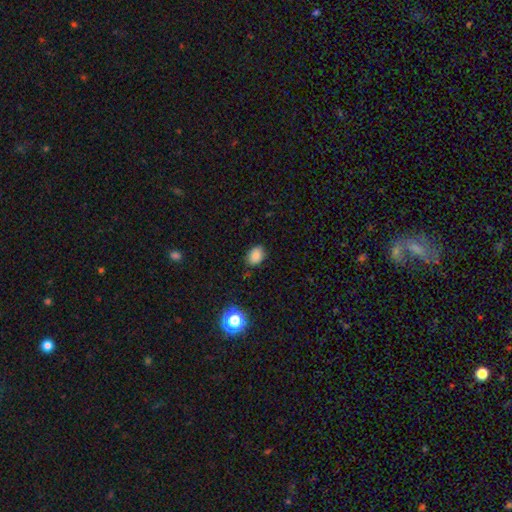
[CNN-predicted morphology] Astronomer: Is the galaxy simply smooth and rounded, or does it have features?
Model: smooth — 83%.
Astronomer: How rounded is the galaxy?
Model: in between — 65%.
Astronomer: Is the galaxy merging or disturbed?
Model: none — 82%.